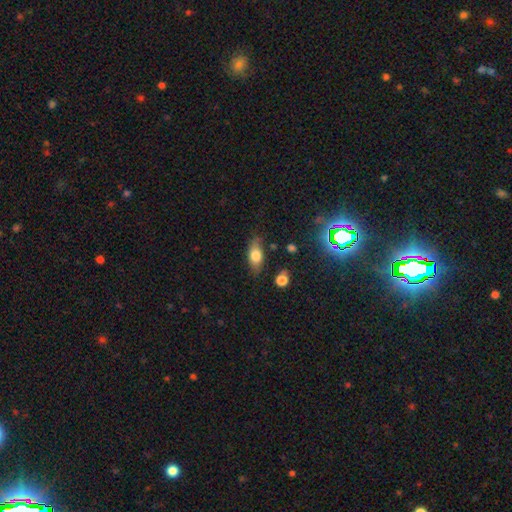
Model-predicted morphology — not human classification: Smooth or featured: smooth — 73% (featured or disk — 18%)
How rounded: in between — 82% (cigar-shaped — 11%)
Merging: none — 76% (minor disturbance — 17%)